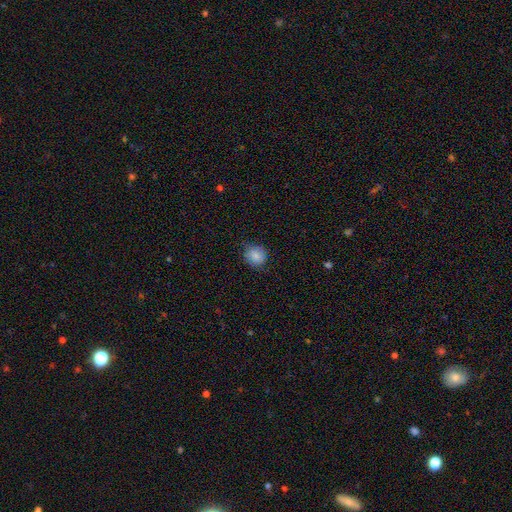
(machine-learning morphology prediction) A smooth galaxy with no disk features (84%) that is round (82%).

Vote fractions:
- Smooth or featured? smooth: 84% / star or artifact: 8% / featured or disk: 7%
- How rounded? round: 82% / in between: 17% / cigar-shaped: 1%
- Merging? none: 76% / minor disturbance: 19% / major disturbance: 4% / merger: 1%